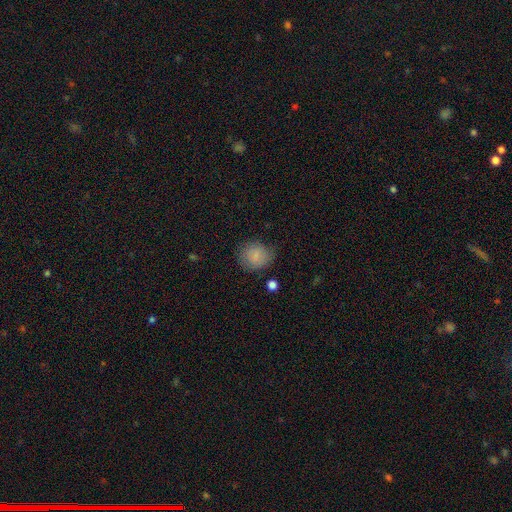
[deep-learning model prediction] smooth 84%, star or artifact 9%, featured or disk 7%. Down the decision tree: how rounded — round (80%); merging — none (76%).